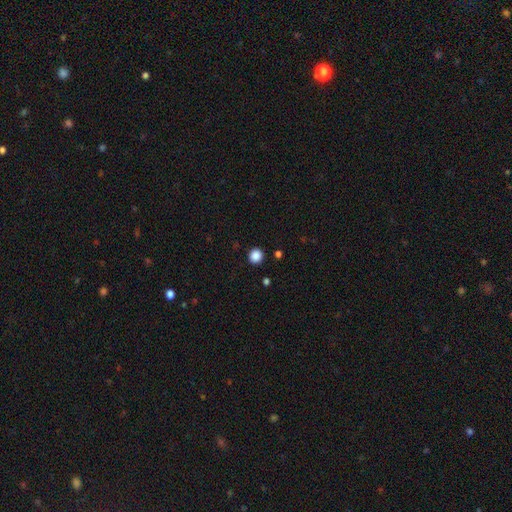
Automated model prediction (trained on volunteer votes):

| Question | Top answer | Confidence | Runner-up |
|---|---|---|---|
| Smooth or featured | smooth | 87% | star or artifact (10%) |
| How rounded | round | 92% | in between (7%) |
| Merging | none | 92% | minor disturbance (5%) |